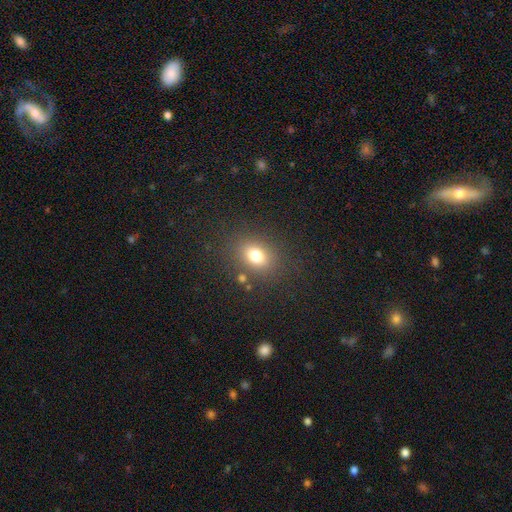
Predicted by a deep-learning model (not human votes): Smooth or featured? Predicted: smooth (p=0.77). How rounded? Predicted: in between (p=0.64). Merging? Predicted: none (p=0.81).